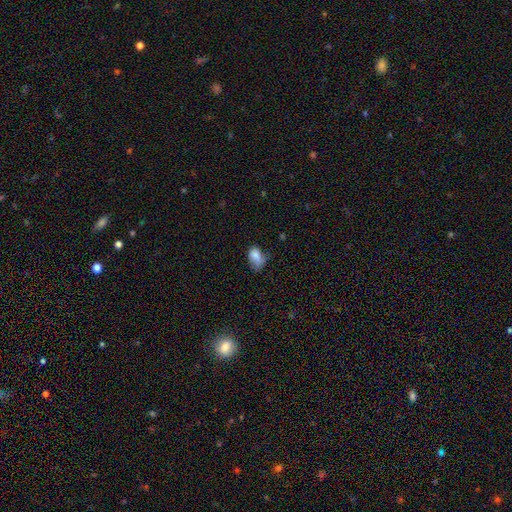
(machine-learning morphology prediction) Smooth or featured? smooth (77%)
How rounded? in between (83%)
Merging? minor disturbance (37%)